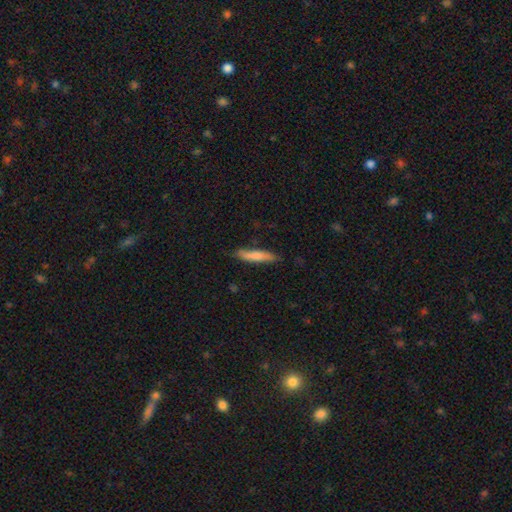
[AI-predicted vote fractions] A smooth galaxy with no disk features (71%) that is cigar-shaped (86%).

Vote fractions:
- Smooth or featured? smooth: 71% / featured or disk: 24% / star or artifact: 6%
- How rounded? cigar-shaped: 86% / in between: 12% / round: 2%
- Merging? none: 78% / minor disturbance: 17% / major disturbance: 3% / merger: 2%